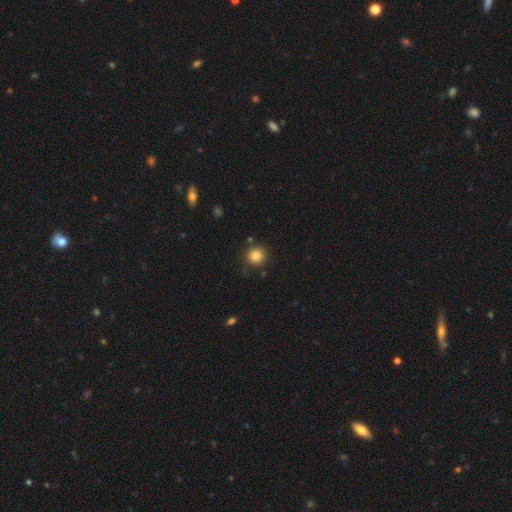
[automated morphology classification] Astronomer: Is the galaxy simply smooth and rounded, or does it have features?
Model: smooth — 84%.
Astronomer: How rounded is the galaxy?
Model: round — 94%.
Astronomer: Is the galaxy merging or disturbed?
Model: none — 87%.